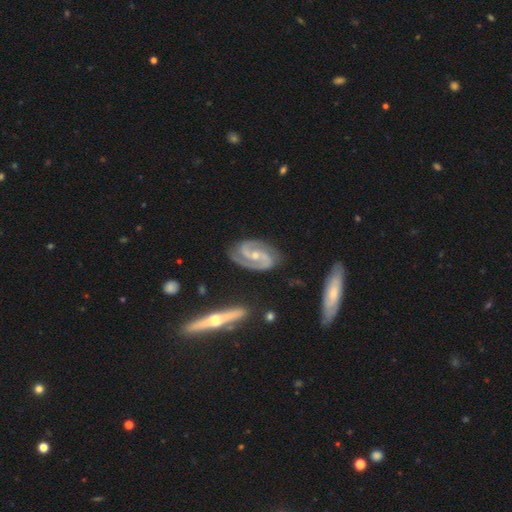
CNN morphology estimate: A featured or disk galaxy (92%) with no bar (42%), 2 (93%) medium (54%) spiral arms (98%) and a small central bulge (62%). Merging: none (79%).